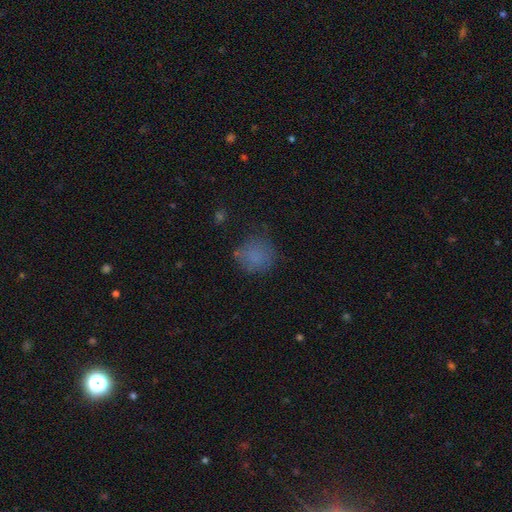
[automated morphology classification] Overall: smooth (76%). How rounded: round (87%). Merging: none (68%).